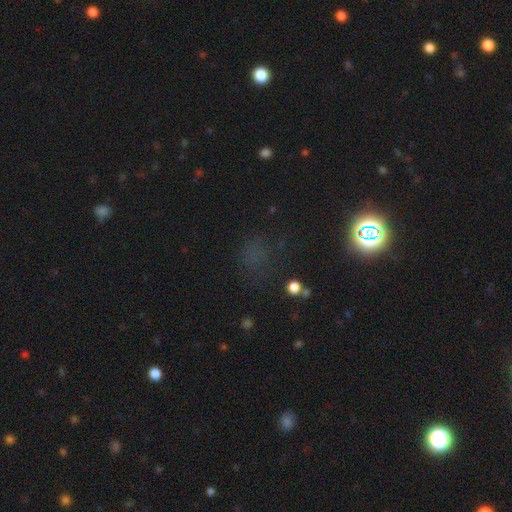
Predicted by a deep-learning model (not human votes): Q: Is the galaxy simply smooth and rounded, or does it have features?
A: star or artifact — 53%.